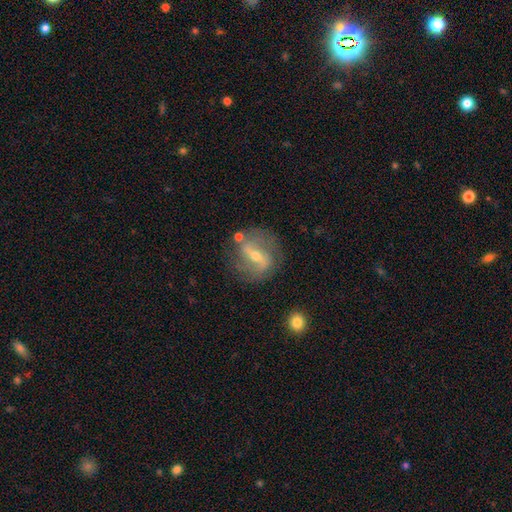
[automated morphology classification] The model was most divided on "spiral winding": medium: 42%, loose: 39%, tight: 19%. Remaining: edge-on disk — no (93%); spiral arms — yes (85%); spiral arm count — 2 (84%); smooth or featured — featured or disk (79%); merging — none (74%); bar — strong (52%); bulge size — moderate (50%).